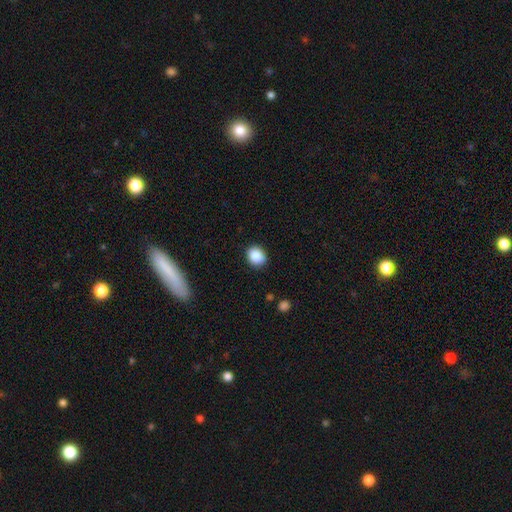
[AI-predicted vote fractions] Q: Smooth or featured?
A: smooth (86%); runner-up: star or artifact (9%)
Q: How rounded?
A: round (70%); runner-up: in between (29%)
Q: Merging?
A: none (89%); runner-up: minor disturbance (8%)